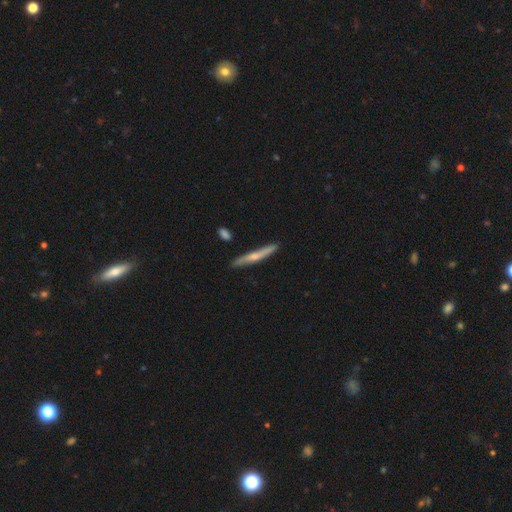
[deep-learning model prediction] A featured or disk galaxy (54%) viewed edge-on (94%) with a rounded central bulge (72%).

Vote fractions:
- Smooth or featured? featured or disk: 54% / smooth: 41% / star or artifact: 6%
- Edge-on disk? yes: 94% / no: 6%
- Edge-on bulge? rounded: 72% / none: 24% / boxy: 4%
- Merging? none: 84% / minor disturbance: 12% / merger: 3% / major disturbance: 2%